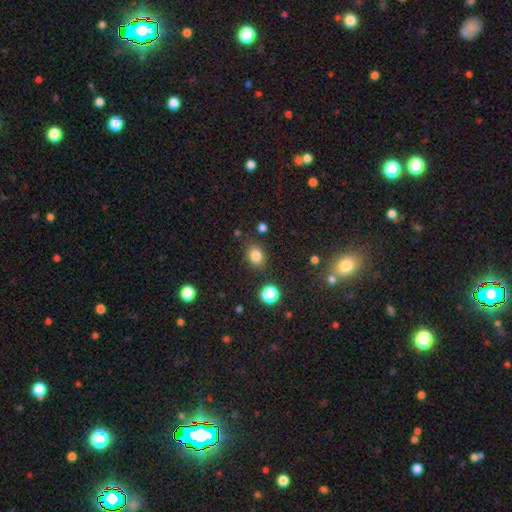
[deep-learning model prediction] smooth-or-featured: smooth: 81% | star or artifact: 13% | featured or disk: 6%
  how-rounded: in between: 53% | round: 46% | cigar-shaped: 1%
  merging: none: 80% | minor disturbance: 13% | major disturbance: 4% | merger: 3%